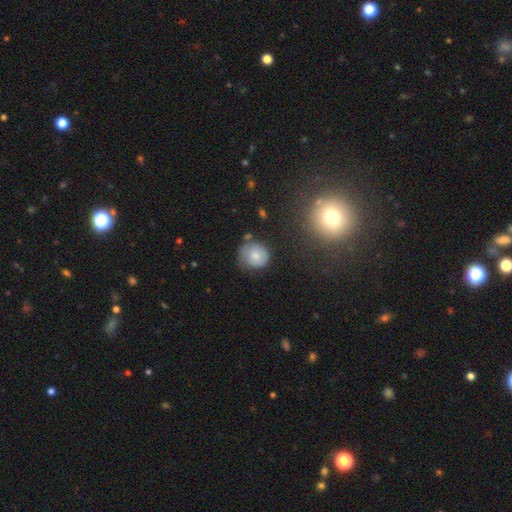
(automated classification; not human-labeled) The model was most divided on "merging": none: 58%, minor disturbance: 29%, major disturbance: 9%, merger: 4%. More confident: how rounded — round (78%); smooth or featured — smooth (70%).